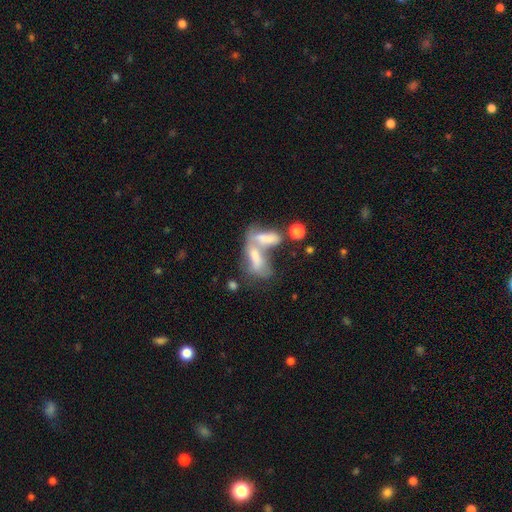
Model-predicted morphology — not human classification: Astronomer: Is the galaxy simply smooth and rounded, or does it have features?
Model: featured or disk — 49% (runner-up: smooth, 32%).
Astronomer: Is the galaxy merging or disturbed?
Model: merger — 59%.